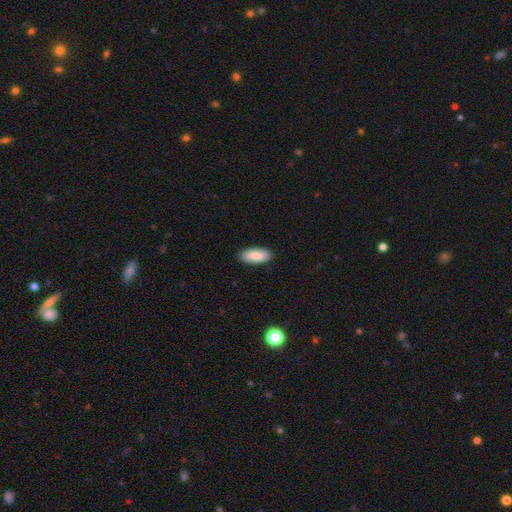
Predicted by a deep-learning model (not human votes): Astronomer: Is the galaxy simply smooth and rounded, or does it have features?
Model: smooth — 86%.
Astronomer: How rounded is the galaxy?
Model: in between — 88%.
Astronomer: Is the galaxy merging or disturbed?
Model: none — 90%.